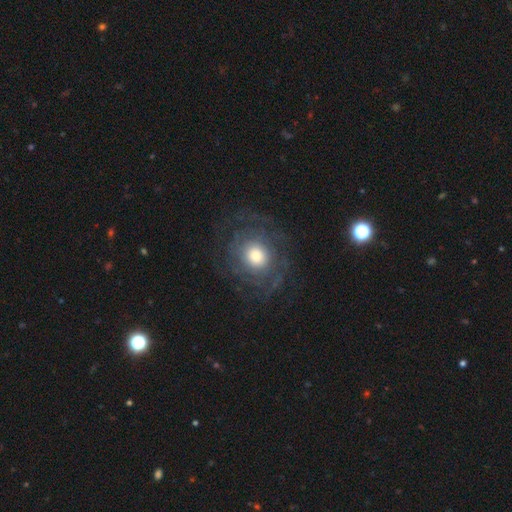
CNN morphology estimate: smooth-or-featured: featured or disk: 65% | smooth: 25% | star or artifact: 10%
  disk-edge-on: no: 97% | yes: 3%
    bar: no: 84% | weak: 13% | strong: 3%
    has-spiral-arms: yes: 80% | no: 20%
    bulge-size: moderate: 49% | large: 37% | small: 8% | dominant: 4% | none: 1%
  merging: none: 74% | minor disturbance: 13% | major disturbance: 12% | merger: 1%